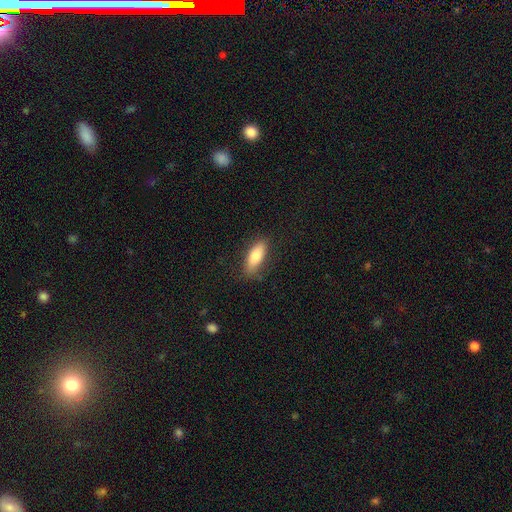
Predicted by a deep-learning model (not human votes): This appears to be a smooth galaxy with no disk features (78%) that is in between round and cigar-shaped (69%). Merging: none (80%).